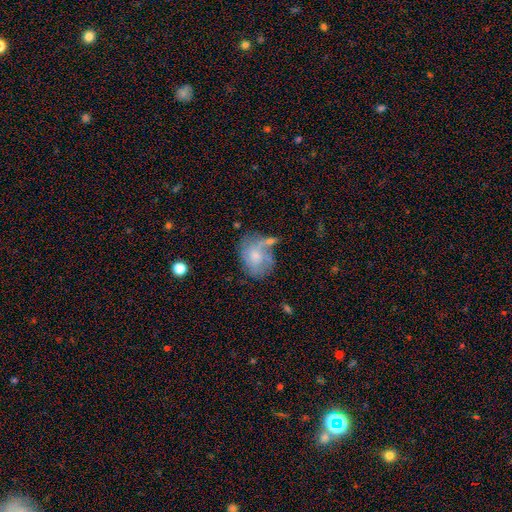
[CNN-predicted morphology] A smooth galaxy with no disk features (57%) that is in between round and cigar-shaped (61%).

Vote fractions:
- Smooth or featured? smooth: 57% / featured or disk: 34% / star or artifact: 9%
- How rounded? in between: 61% / round: 38% / cigar-shaped: 1%
- Merging? none: 38% / minor disturbance: 26% / major disturbance: 19% / merger: 16%